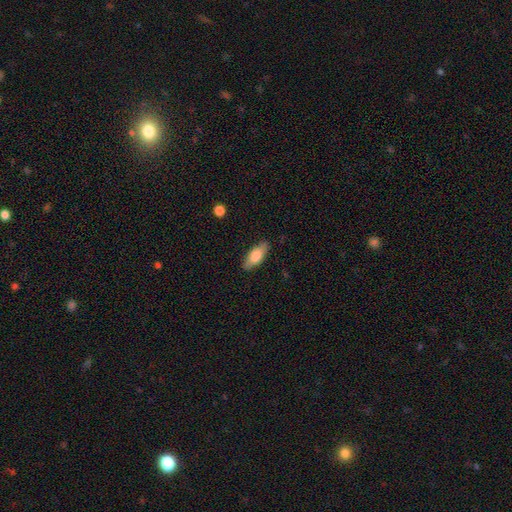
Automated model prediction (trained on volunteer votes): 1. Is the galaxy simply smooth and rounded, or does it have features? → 75% smooth, 18% featured or disk, 6% star or artifact.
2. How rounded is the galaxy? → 76% in between, 22% cigar-shaped, 2% round.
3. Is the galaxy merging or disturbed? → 84% none, 12% minor disturbance, 3% major disturbance, 1% merger.